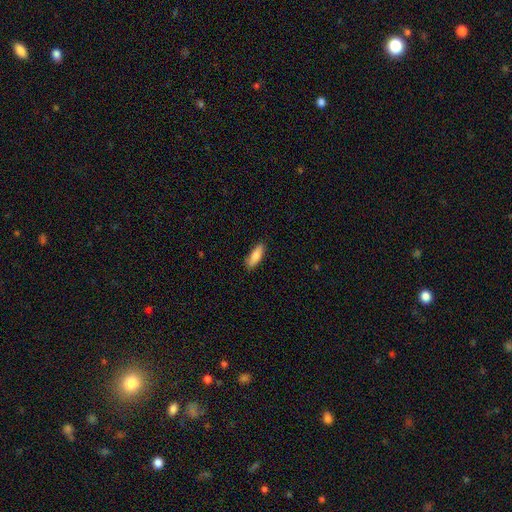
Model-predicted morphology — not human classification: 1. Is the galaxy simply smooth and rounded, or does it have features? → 84% smooth, 10% featured or disk, 6% star or artifact.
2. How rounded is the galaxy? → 57% in between, 41% cigar-shaped, 2% round.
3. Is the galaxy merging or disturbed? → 85% none, 12% minor disturbance, 2% major disturbance, 1% merger.